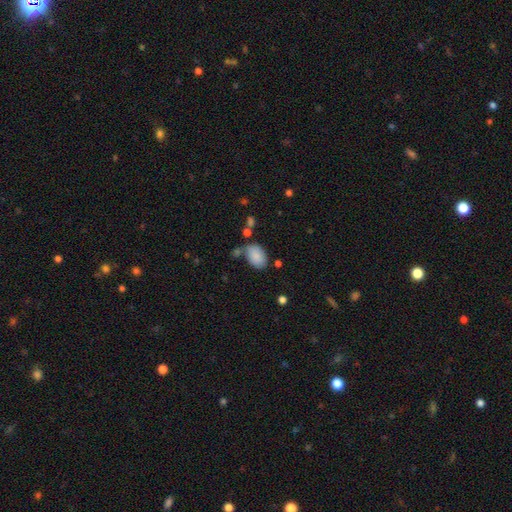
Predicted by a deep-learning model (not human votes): smooth_or_featured: smooth (p=0.86) [alt: star or artifact p=0.07]
how_rounded: in between (p=0.90) [alt: round p=0.09]
merging: none (p=0.63) [alt: minor disturbance p=0.20]